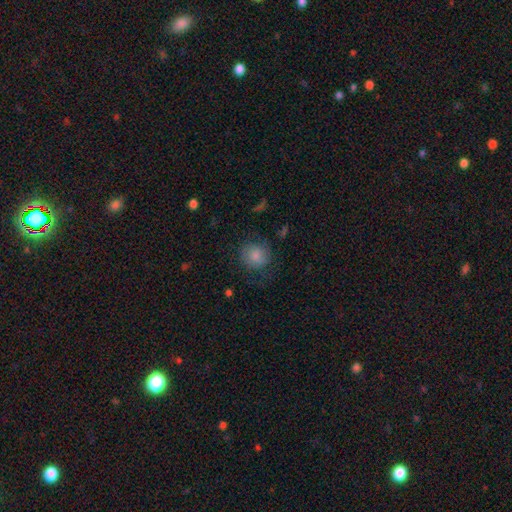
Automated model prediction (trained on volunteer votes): Smooth or featured: smooth — 80% (featured or disk — 11%)
How rounded: round — 87% (in between — 12%)
Merging: none — 71% (minor disturbance — 18%)